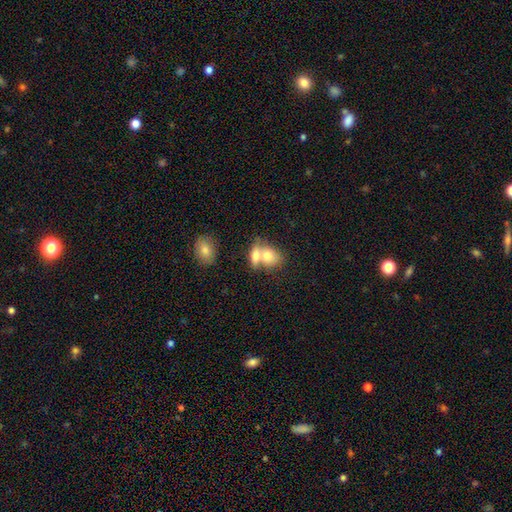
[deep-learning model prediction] smooth_or_featured: smooth (p=0.75) [alt: featured or disk p=0.18]
how_rounded: in between (p=0.72) [alt: round p=0.25]
merging: merger (p=0.67) [alt: none p=0.23]